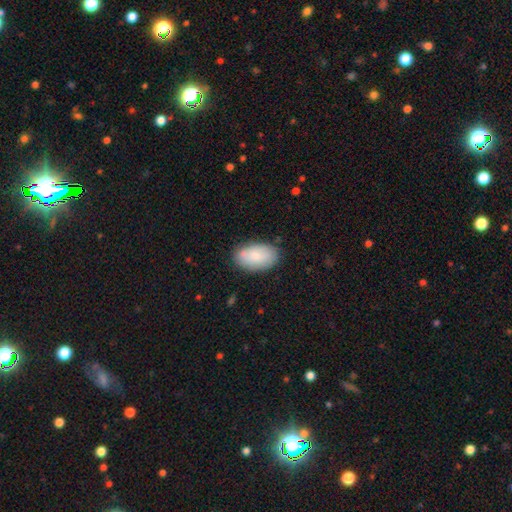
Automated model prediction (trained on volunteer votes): Overall: smooth (81%). How rounded: in between (94%). Merging: none (78%).